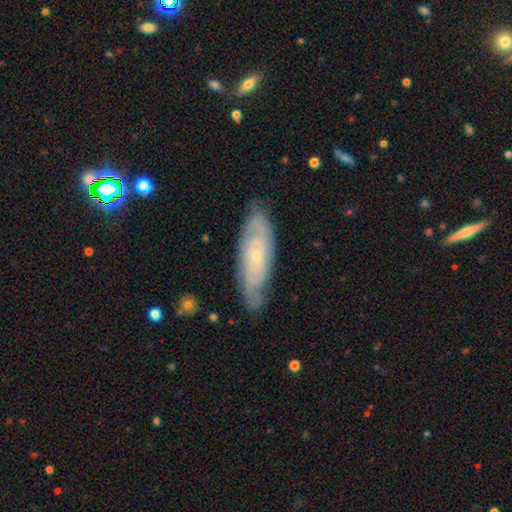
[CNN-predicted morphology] This is likely a featured or disk galaxy (76%). It is clearly not viewed edge-on (86%). Bar: likely no (75%). Spiral arm pattern: clearly yes (91%). Spiral arm count: marginally can't tell (41%). Spiral winding: likely tight (66%). Central bulge: clearly small (81%). Merging: likely none (75%).